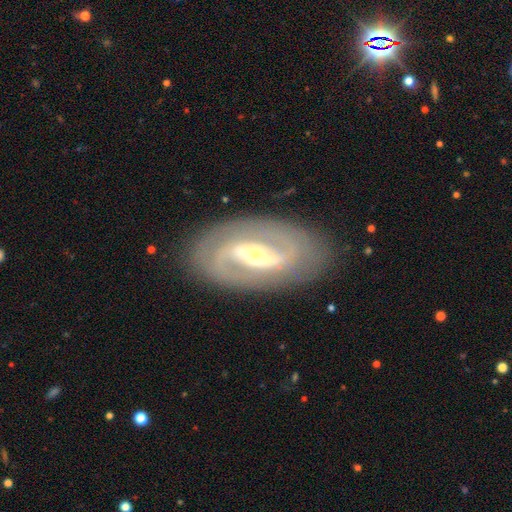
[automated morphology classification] A featured or disk galaxy (86%) with a strong bar (50%), 2 (85%) medium (45%) spiral arms (90%) and a moderate central bulge (62%). Merging: none (82%).